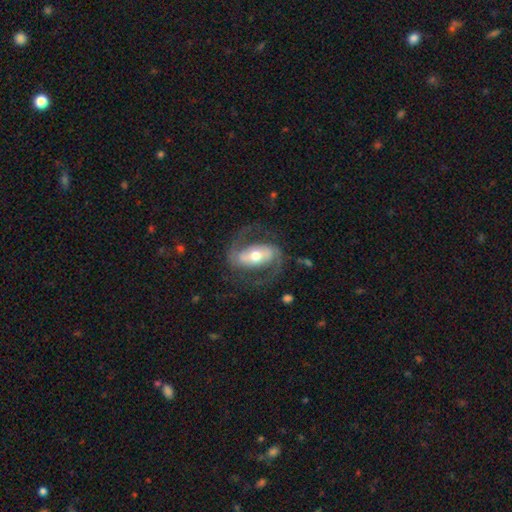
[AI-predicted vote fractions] Smooth or featured?
  - featured or disk: 88% *
  - smooth: 8%
  - star or artifact: 4%
Edge-on disk?
  - no: 97% *
  - yes: 3%
Bar?
  - strong: 44% *
  - weak: 33%
  - no: 23%
Spiral arms?
  - yes: 95% *
  - no: 5%
Spiral winding?
  - medium: 56% *
  - loose: 26%
  - tight: 18%
Spiral arm count?
  - 2: 93% *
  - can't tell: 2%
  - 1: 2%
  - 3: 1%
  - 4: 1%
  - more than 4: 1%
Bulge size?
  - moderate: 68% *
  - small: 19%
  - large: 11%
  - dominant: 1%
  - none: 1%
Merging?
  - none: 75% *
  - minor disturbance: 13%
  - major disturbance: 11%
  - merger: 1%